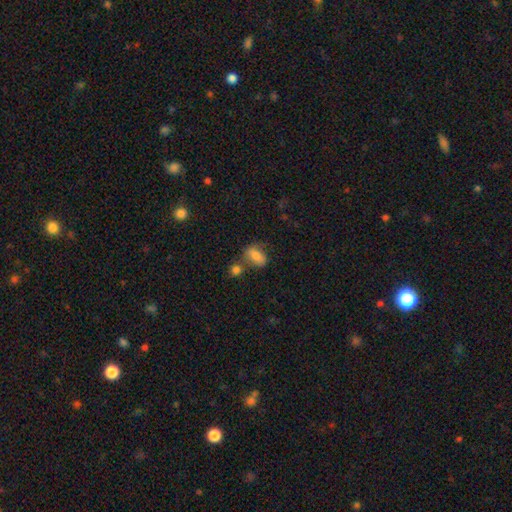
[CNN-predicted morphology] Smooth or featured? Predicted: smooth (p=0.80). How rounded? Predicted: in between (p=0.85). Merging? Predicted: none (p=0.43).